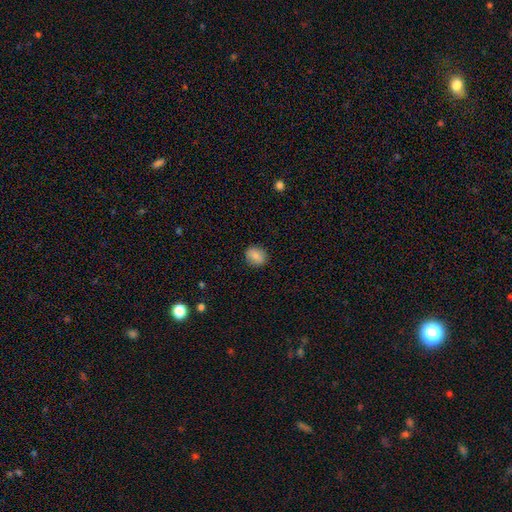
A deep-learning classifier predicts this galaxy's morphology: Smooth or featured? Predicted: smooth (p=0.85). How rounded? Predicted: round (p=0.67). Merging? Predicted: none (p=0.88).